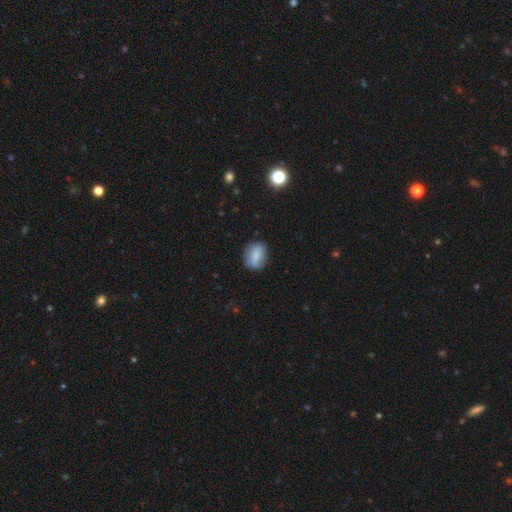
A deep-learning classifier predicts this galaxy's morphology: Q: Smooth or featured?
A: smooth (74%); runner-up: featured or disk (18%)
Q: How rounded?
A: in between (61%); runner-up: round (37%)
Q: Merging?
A: none (79%); runner-up: minor disturbance (16%)